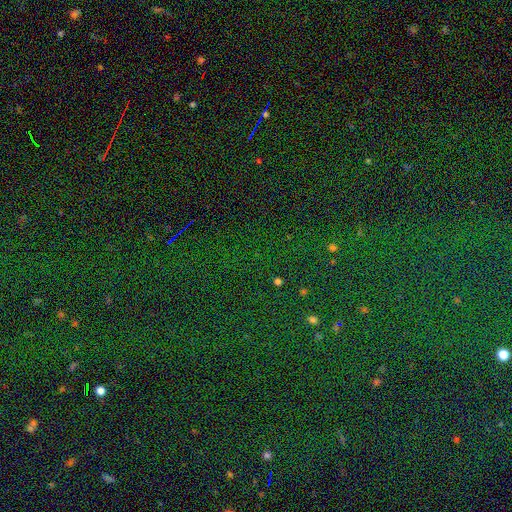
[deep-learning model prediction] smooth_or_featured: star or artifact (p=0.80) [alt: smooth p=0.13]